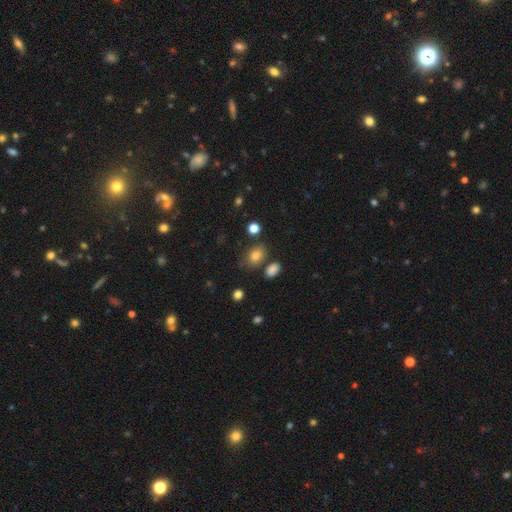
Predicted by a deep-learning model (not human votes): A smooth galaxy with no disk features (81%) that is in between round and cigar-shaped (64%).

Vote fractions:
- Smooth or featured? smooth: 81% / star or artifact: 12% / featured or disk: 7%
- How rounded? in between: 64% / round: 35% / cigar-shaped: 1%
- Merging? none: 69% / minor disturbance: 16% / merger: 9% / major disturbance: 5%